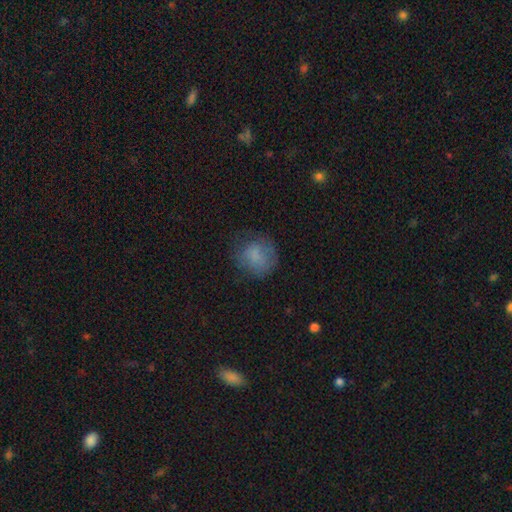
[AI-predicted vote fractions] A smooth galaxy with no disk features (75%) that is round (83%).

Vote fractions:
- Smooth or featured? smooth: 75% / featured or disk: 14% / star or artifact: 10%
- How rounded? round: 83% / in between: 16% / cigar-shaped: 1%
- Merging? none: 65% / minor disturbance: 21% / major disturbance: 12% / merger: 1%